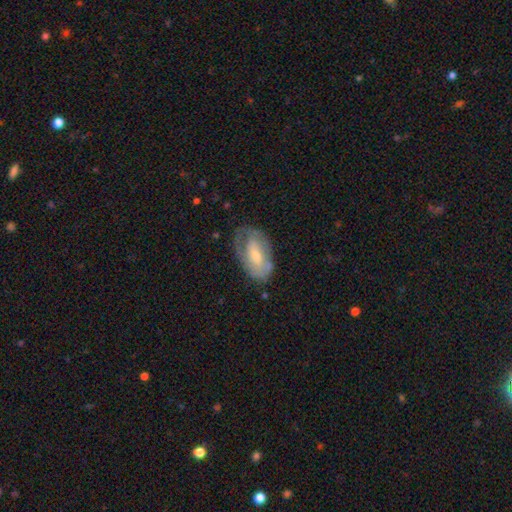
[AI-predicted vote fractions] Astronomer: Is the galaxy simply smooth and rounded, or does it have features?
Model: featured or disk — 54% (runner-up: smooth, 39%).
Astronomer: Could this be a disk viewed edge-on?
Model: no — 92%.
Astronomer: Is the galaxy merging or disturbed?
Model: none — 60%.